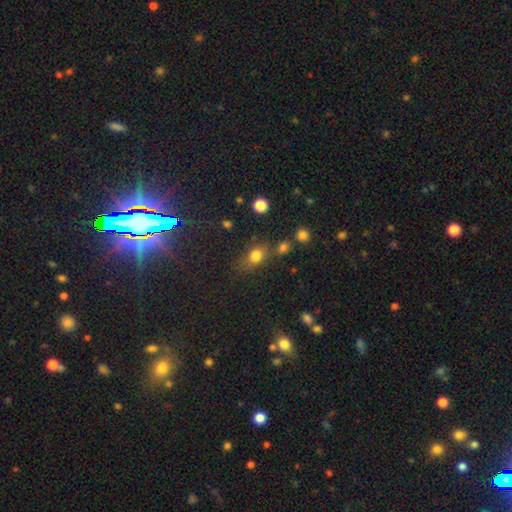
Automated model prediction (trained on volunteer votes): The model was most divided on "how rounded": in between: 51%, round: 45%, cigar-shaped: 4%. More confident: smooth or featured — smooth (75%); merging — none (57%).